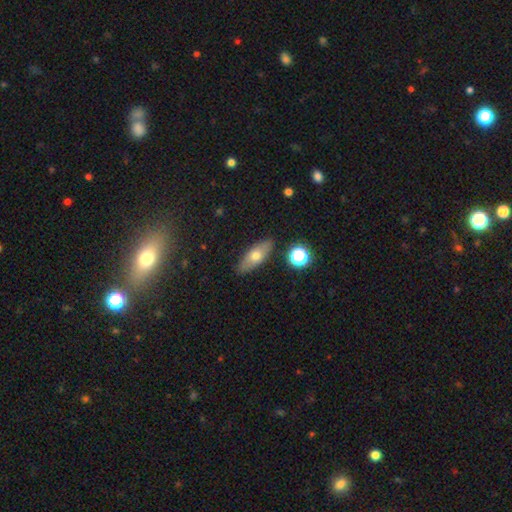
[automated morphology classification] Smooth or featured?
  - smooth: 63% *
  - featured or disk: 29%
  - star or artifact: 9%
How rounded?
  - in between: 69% *
  - cigar-shaped: 25%
  - round: 6%
Merging?
  - none: 86% *
  - minor disturbance: 10%
  - major disturbance: 2%
  - merger: 2%